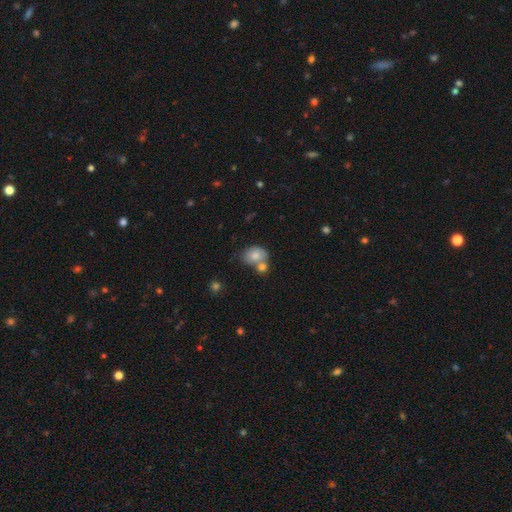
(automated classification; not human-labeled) The model was most divided on "how rounded": round: 51%, in between: 48%, cigar-shaped: 1%. Remaining: smooth or featured — smooth (79%); merging — merger (43%).